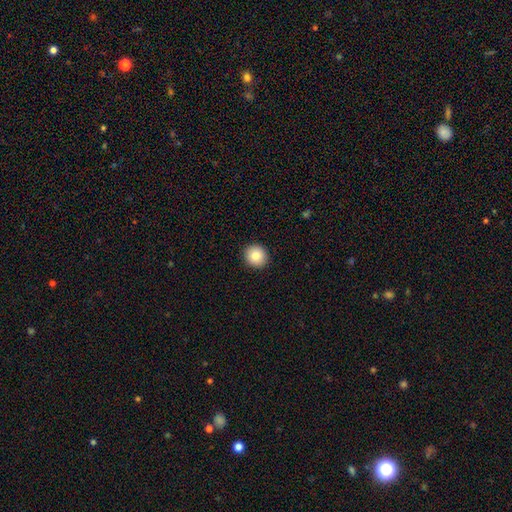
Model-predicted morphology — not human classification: Smooth or featured?
  - smooth: 84% *
  - star or artifact: 9%
  - featured or disk: 7%
How rounded?
  - round: 92% *
  - in between: 7%
  - cigar-shaped: 1%
Merging?
  - none: 93% *
  - minor disturbance: 5%
  - major disturbance: 1%
  - merger: 1%